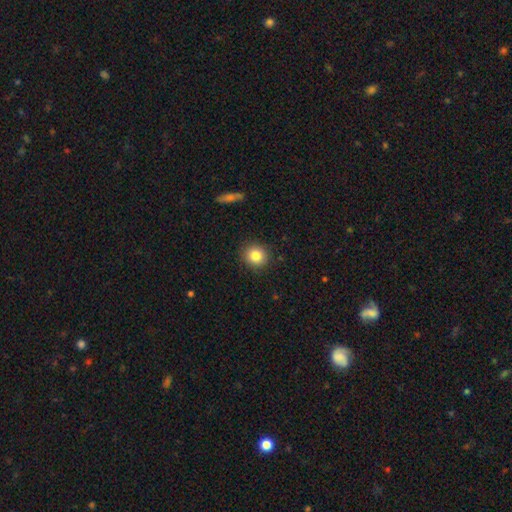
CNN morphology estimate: This is clearly a smooth galaxy (83%). How rounded: clearly round (89%). Merging: clearly none (90%).